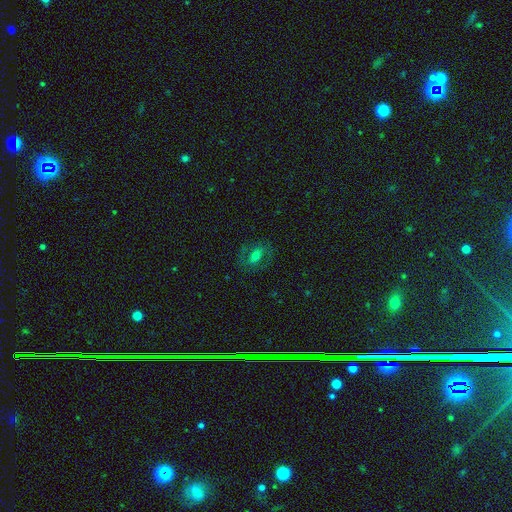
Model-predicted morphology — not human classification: smooth_or_featured: smooth (p=0.45) [alt: featured or disk p=0.43]
merging: none (p=0.77) [alt: minor disturbance p=0.13]